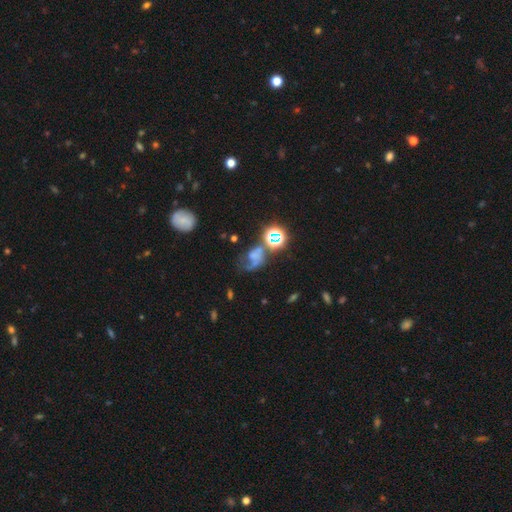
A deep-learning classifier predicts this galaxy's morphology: smooth-or-featured: smooth: 39% | star or artifact: 31% | featured or disk: 30%
  merging: major disturbance: 35% | none: 25% | merger: 22% | minor disturbance: 17%